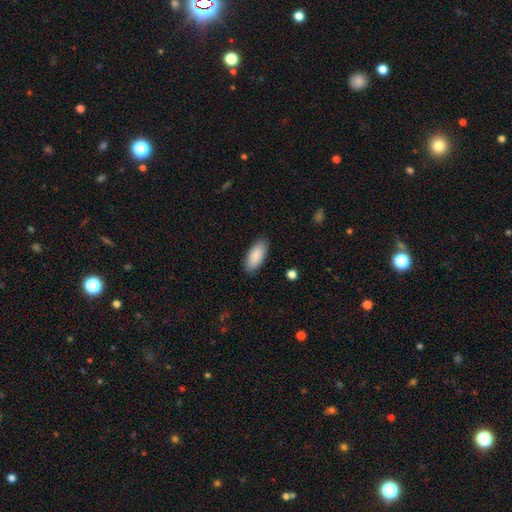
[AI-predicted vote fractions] Smooth or featured? Predicted: smooth (p=0.89). How rounded? Predicted: in between (p=0.89). Merging? Predicted: none (p=0.88).